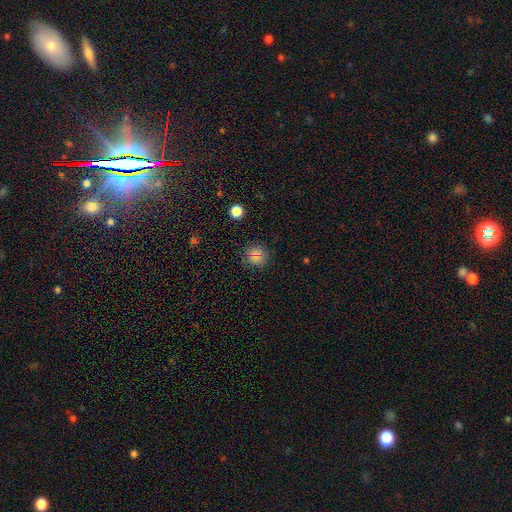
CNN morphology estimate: Smooth or featured?
  - smooth: 82% *
  - star or artifact: 13%
  - featured or disk: 5%
How rounded?
  - round: 87% *
  - in between: 12%
  - cigar-shaped: 1%
Merging?
  - none: 84% *
  - minor disturbance: 11%
  - major disturbance: 3%
  - merger: 2%